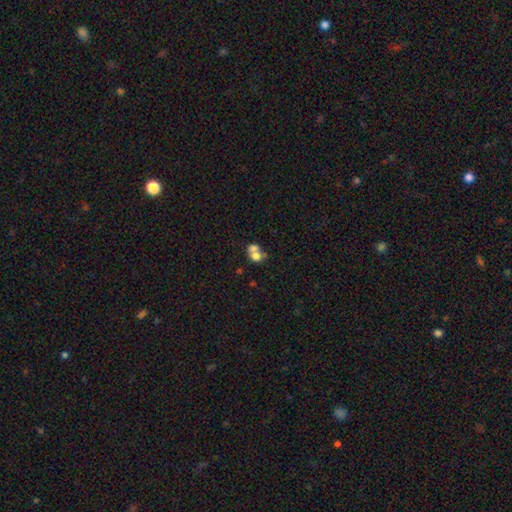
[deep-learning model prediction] This is likely a smooth galaxy (67%). How rounded: possibly round (60%). Merging: likely merger (66%).